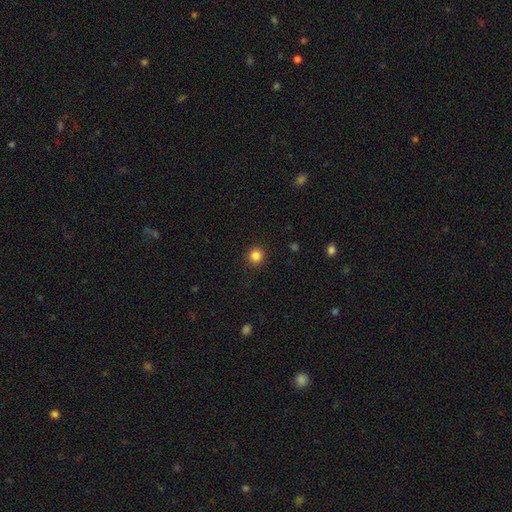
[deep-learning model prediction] Smooth or featured? Predicted: smooth (p=0.85). How rounded? Predicted: round (p=0.94). Merging? Predicted: none (p=0.91).